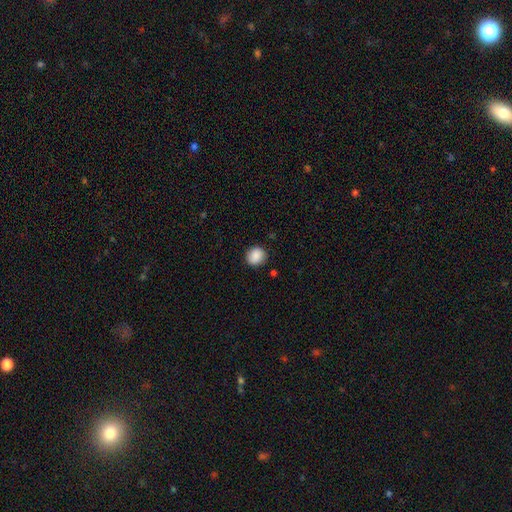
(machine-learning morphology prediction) The model was most divided on "how rounded": round: 86%, in between: 13%, cigar-shaped: 1%. More confident: smooth or featured — smooth (88%); merging — none (87%).